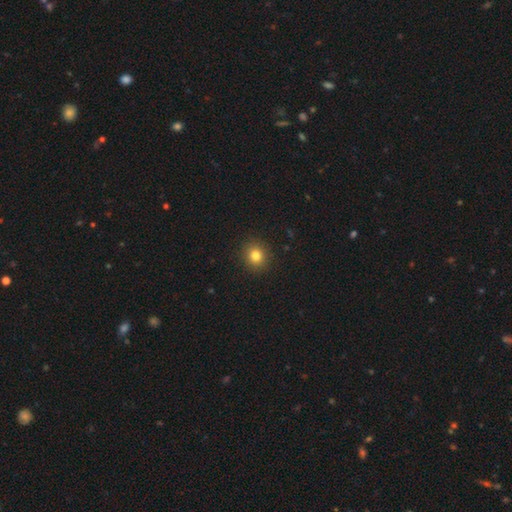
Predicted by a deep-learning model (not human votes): Smooth or featured?
  - smooth: 81% *
  - star or artifact: 12%
  - featured or disk: 6%
How rounded?
  - round: 86% *
  - in between: 14%
  - cigar-shaped: 1%
Merging?
  - none: 91% *
  - minor disturbance: 6%
  - major disturbance: 2%
  - merger: 1%